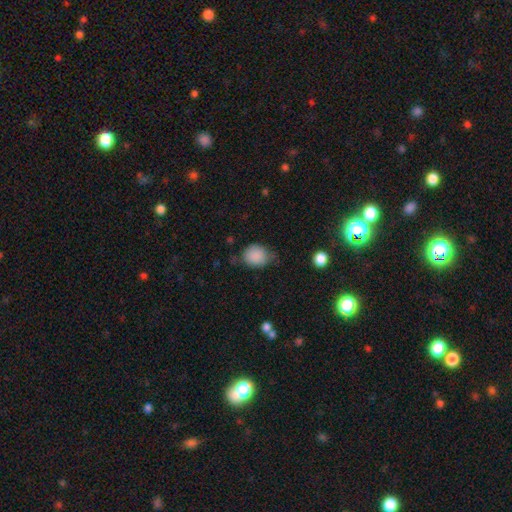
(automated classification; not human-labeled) Smooth or featured? Predicted: smooth (p=0.86). How rounded? Predicted: round (p=0.54). Merging? Predicted: none (p=0.54).